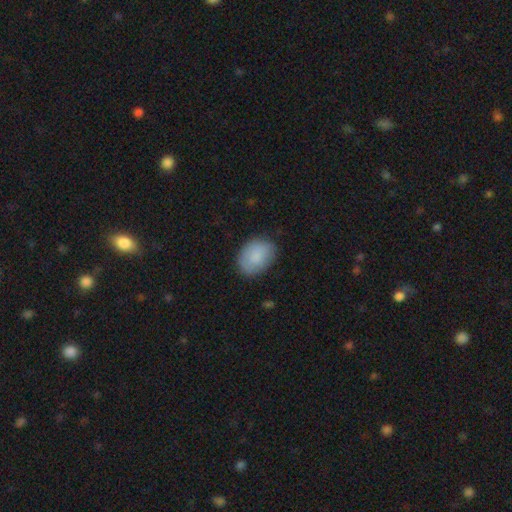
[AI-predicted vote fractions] Smooth or featured? smooth (85%)
How rounded? in between (77%)
Merging? none (79%)